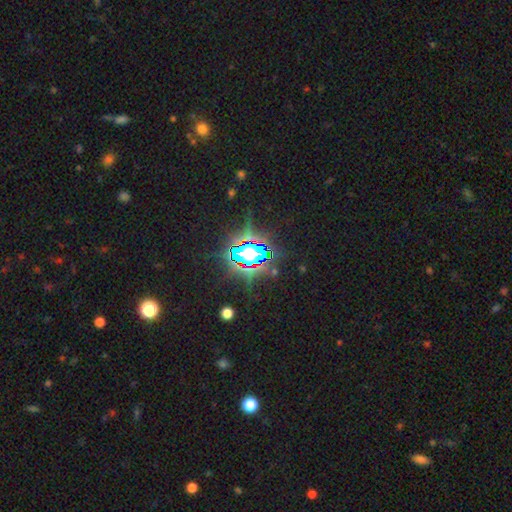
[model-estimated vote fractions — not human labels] Smooth or featured?
  - star or artifact: 78% *
  - smooth: 11%
  - featured or disk: 11%